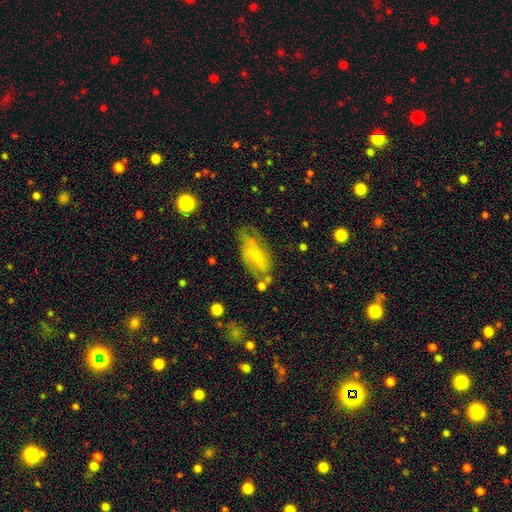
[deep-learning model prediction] A smooth galaxy with no disk features (51%) that is in between round and cigar-shaped (83%). Merging: none (54%).